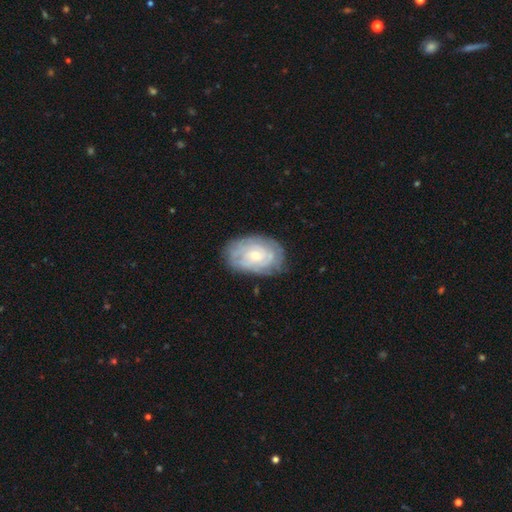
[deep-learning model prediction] Smooth or featured?
  - featured or disk: 69% *
  - smooth: 25%
  - star or artifact: 6%
Edge-on disk?
  - no: 96% *
  - yes: 4%
Bar?
  - no: 77% *
  - weak: 20%
  - strong: 3%
Spiral arms?
  - yes: 82% *
  - no: 18%
Spiral winding?
  - tight: 72% *
  - medium: 21%
  - loose: 7%
Spiral arm count?
  - can't tell: 59% *
  - 2: 15%
  - 3: 10%
  - 4: 7%
  - more than 4: 4%
  - 1: 4%
Bulge size?
  - small: 58% *
  - moderate: 36%
  - large: 2%
  - none: 2%
  - dominant: 1%
Merging?
  - none: 75% *
  - minor disturbance: 18%
  - major disturbance: 6%
  - merger: 1%